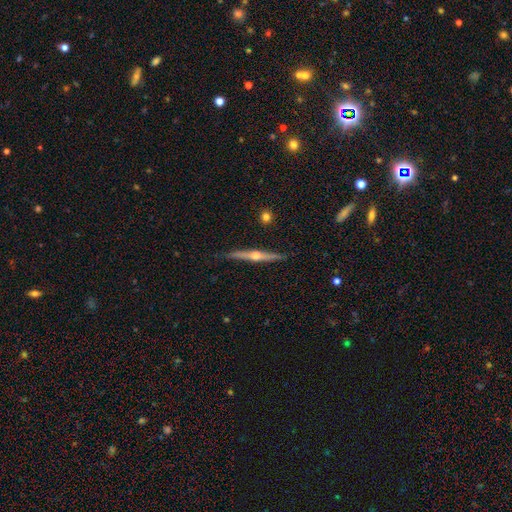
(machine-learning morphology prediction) A featured or disk galaxy (81%) viewed edge-on (98%) with a rounded central bulge (93%). Merging: none (89%).